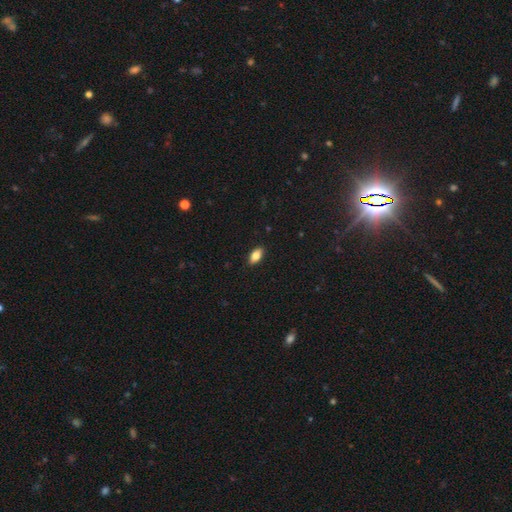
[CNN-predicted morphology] smooth_or_featured: smooth (p=0.79) [alt: featured or disk p=0.13]
how_rounded: in between (p=0.89) [alt: cigar-shaped p=0.07]
merging: none (p=0.89) [alt: minor disturbance p=0.08]